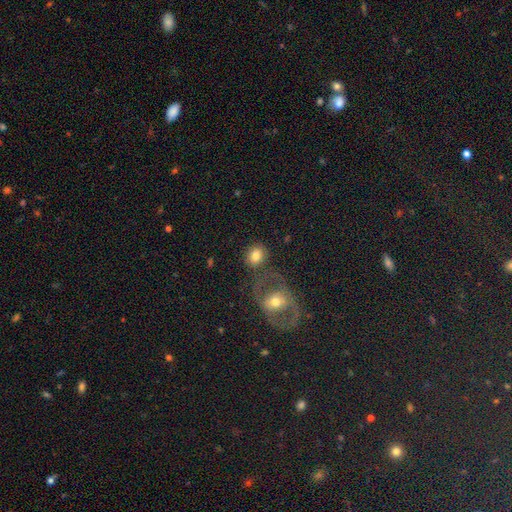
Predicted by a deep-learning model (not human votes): Smooth or featured?
  - smooth: 76% *
  - featured or disk: 16%
  - star or artifact: 8%
How rounded?
  - round: 67% *
  - in between: 32%
  - cigar-shaped: 1%
Merging?
  - none: 64% *
  - merger: 17%
  - minor disturbance: 12%
  - major disturbance: 7%